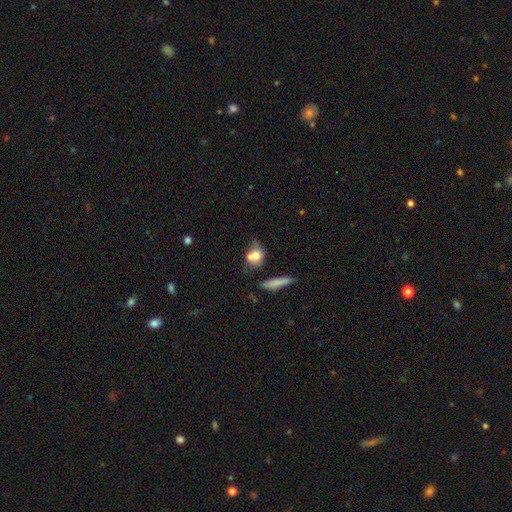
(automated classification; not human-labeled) Smooth or featured: smooth — 72% (featured or disk — 19%)
How rounded: round — 50% (in between — 44%)
Merging: merger — 38% (none — 37%)